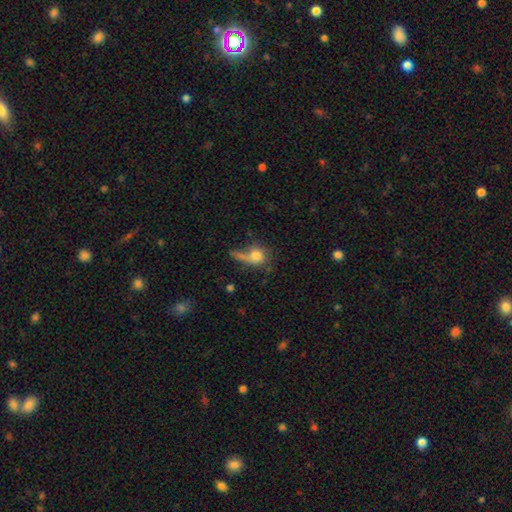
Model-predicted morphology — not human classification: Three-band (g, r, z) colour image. It shows a smooth galaxy with no disk features (71%) that is round (64%). Merging: none (34%).